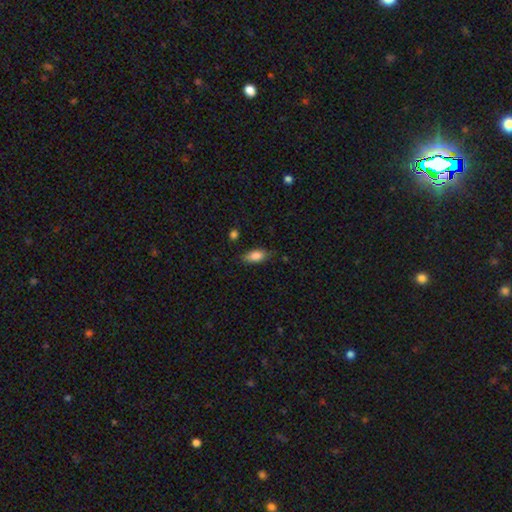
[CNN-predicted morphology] Smooth or featured: smooth — 85% (featured or disk — 8%)
How rounded: in between — 85% (cigar-shaped — 12%)
Merging: none — 77% (minor disturbance — 18%)